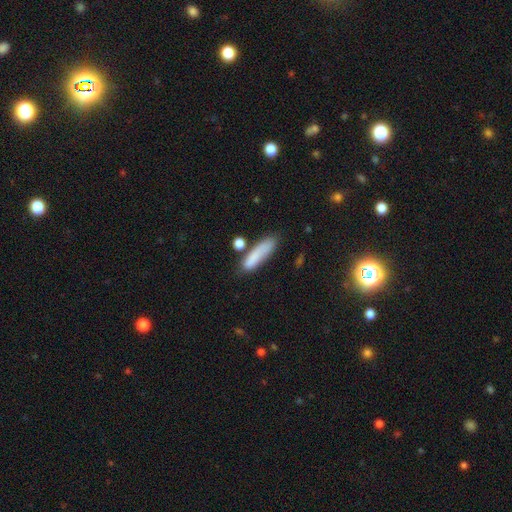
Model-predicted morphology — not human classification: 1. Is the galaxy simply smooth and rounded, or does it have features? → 80% smooth, 11% featured or disk, 8% star or artifact.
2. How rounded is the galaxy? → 69% cigar-shaped, 28% in between, 2% round.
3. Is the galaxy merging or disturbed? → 61% none, 22% minor disturbance, 10% merger, 7% major disturbance.